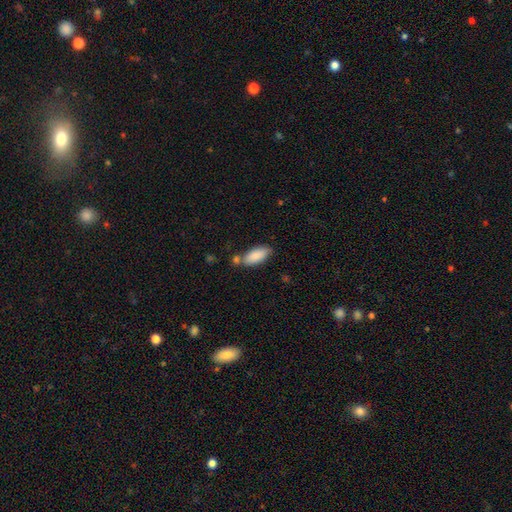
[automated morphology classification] This is clearly a smooth galaxy (88%). How rounded: clearly in between (85%). Merging: likely none (66%).